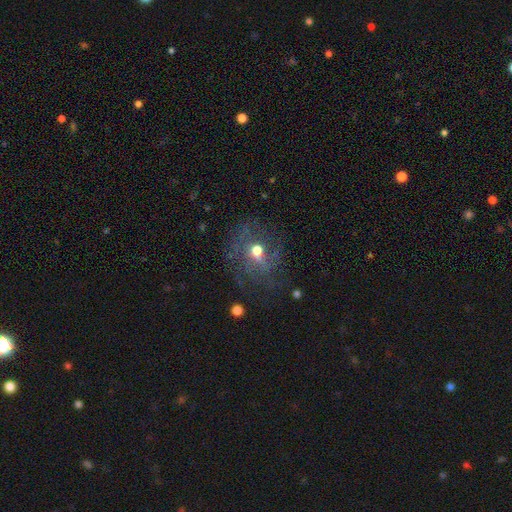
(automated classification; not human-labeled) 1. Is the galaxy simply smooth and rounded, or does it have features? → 54% featured or disk, 24% smooth, 22% star or artifact.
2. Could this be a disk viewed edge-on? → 95% no, 5% yes.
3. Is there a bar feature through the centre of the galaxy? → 60% no, 31% weak, 9% strong.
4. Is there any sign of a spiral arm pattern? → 69% yes, 31% no.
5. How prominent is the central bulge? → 66% moderate, 25% small, 5% large, 2% none, 1% dominant.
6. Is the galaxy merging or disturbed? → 65% none, 18% minor disturbance, 14% major disturbance, 2% merger.